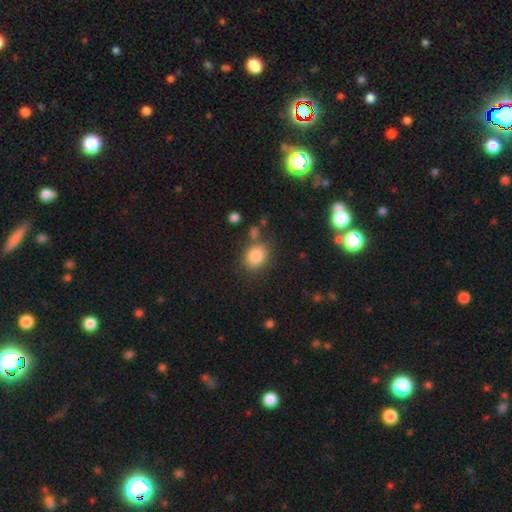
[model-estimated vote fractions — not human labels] The model was most divided on "how rounded": round: 61%, in between: 38%, cigar-shaped: 1%. More confident: smooth or featured — smooth (84%); merging — none (73%).